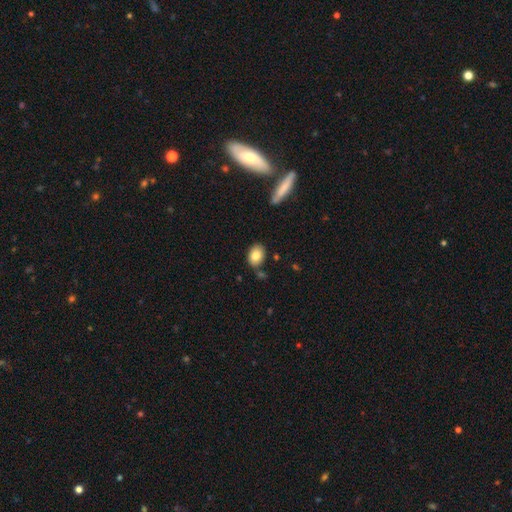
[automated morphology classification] Smooth or featured? Predicted: smooth (p=0.82). How rounded? Predicted: in between (p=0.73). Merging? Predicted: none (p=0.78).